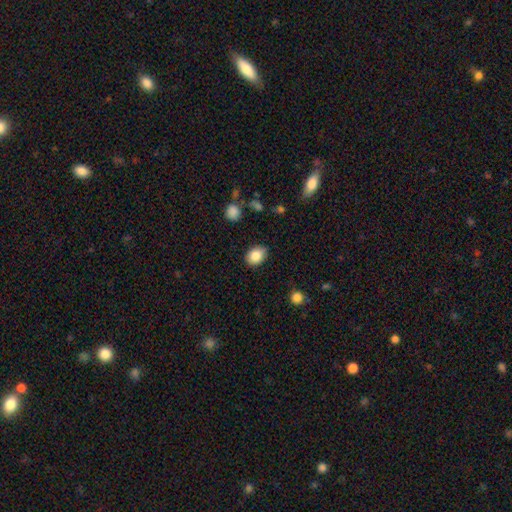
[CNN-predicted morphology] Smooth or featured? Predicted: smooth (p=0.85). How rounded? Predicted: in between (p=0.61). Merging? Predicted: none (p=0.82).